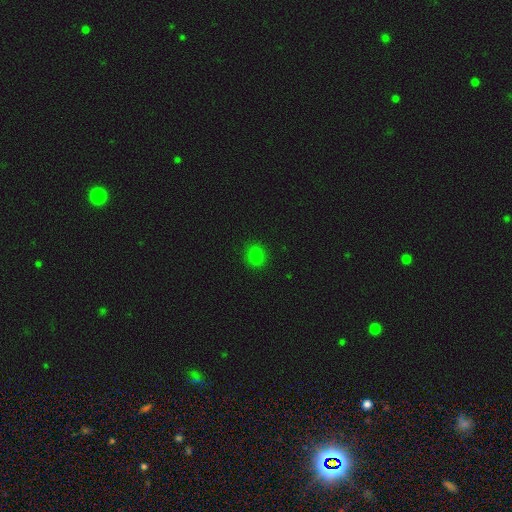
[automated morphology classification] A smooth galaxy with no disk features (80%) that is round (70%). Merging: none (89%).